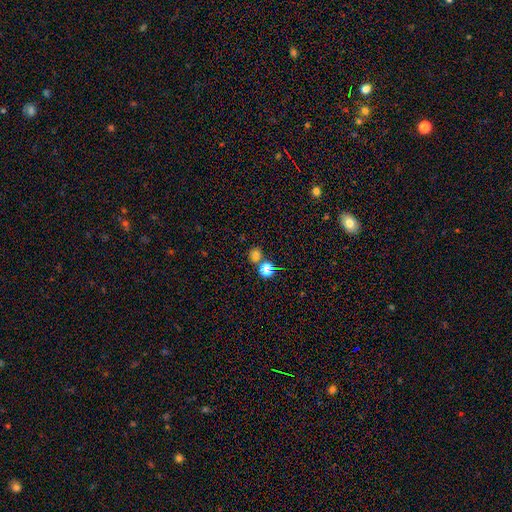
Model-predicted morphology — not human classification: Smooth or featured?
  - smooth: 74% *
  - star or artifact: 20%
  - featured or disk: 6%
How rounded?
  - round: 86% *
  - in between: 13%
  - cigar-shaped: 1%
Merging?
  - none: 71% *
  - merger: 18%
  - minor disturbance: 8%
  - major disturbance: 3%